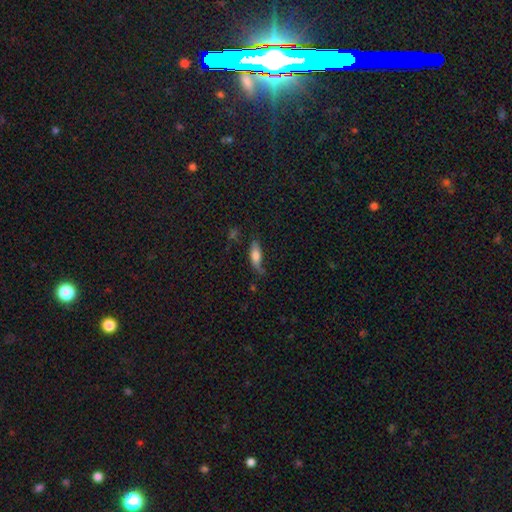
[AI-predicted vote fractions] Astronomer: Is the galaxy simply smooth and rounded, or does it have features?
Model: smooth — 70%.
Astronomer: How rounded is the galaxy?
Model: in between — 65%.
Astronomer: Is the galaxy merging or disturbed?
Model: none — 53% (runner-up: minor disturbance, 30%).